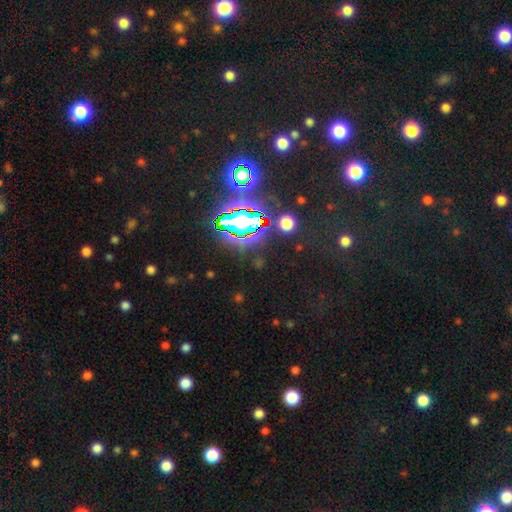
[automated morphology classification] smooth-or-featured: star or artifact: 76% | smooth: 14% | featured or disk: 10%